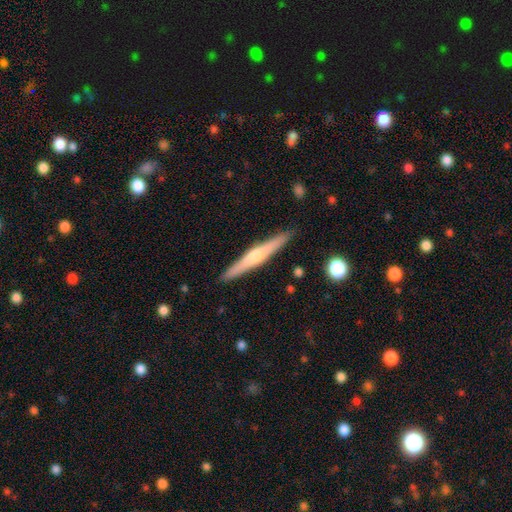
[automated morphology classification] A featured or disk galaxy (61%) viewed edge-on (97%) with a rounded central bulge (77%). Merging: none (91%).